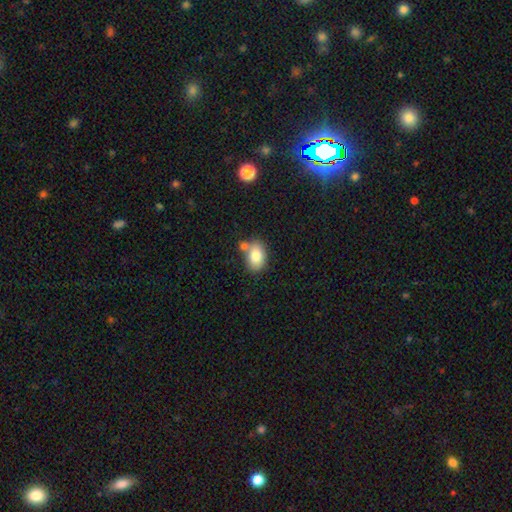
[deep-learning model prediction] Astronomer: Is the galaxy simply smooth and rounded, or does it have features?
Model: smooth — 80%.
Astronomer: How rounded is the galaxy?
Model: in between — 83%.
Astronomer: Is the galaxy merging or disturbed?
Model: none — 59%.